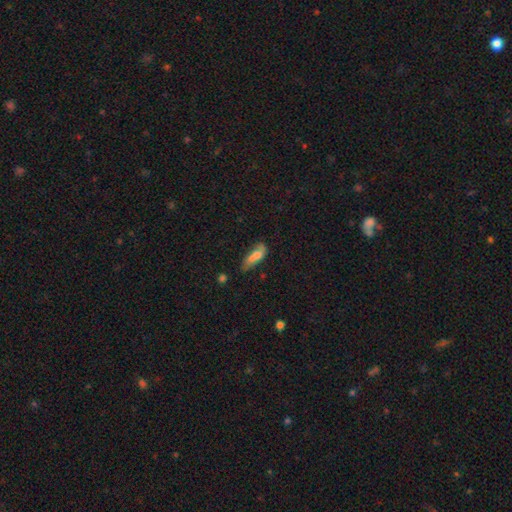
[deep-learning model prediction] Q: Smooth or featured?
A: smooth (65%); runner-up: featured or disk (27%)
Q: How rounded?
A: in between (62%); runner-up: cigar-shaped (35%)
Q: Merging?
A: none (44%); runner-up: minor disturbance (33%)